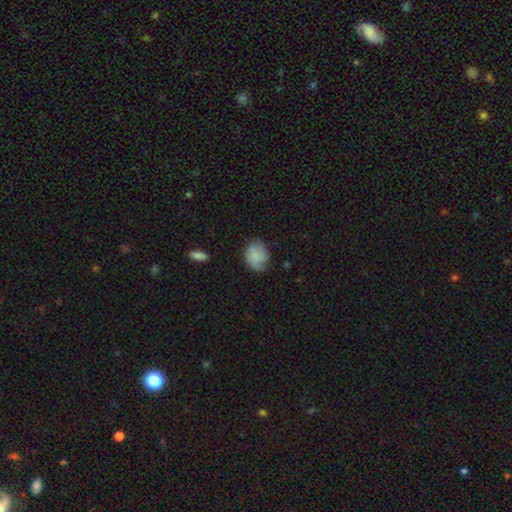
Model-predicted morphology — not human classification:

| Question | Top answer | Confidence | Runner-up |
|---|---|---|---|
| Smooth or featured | smooth | 73% | featured or disk (19%) |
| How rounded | in between | 57% | round (42%) |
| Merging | none | 55% | minor disturbance (33%) |